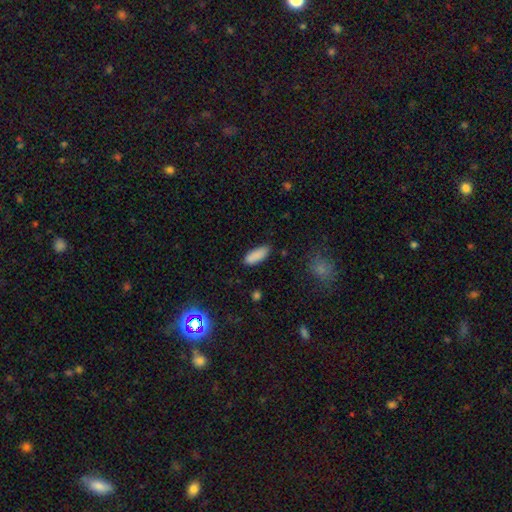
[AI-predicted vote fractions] This is clearly a smooth galaxy (88%). How rounded: likely in between (75%). Merging: clearly none (82%).